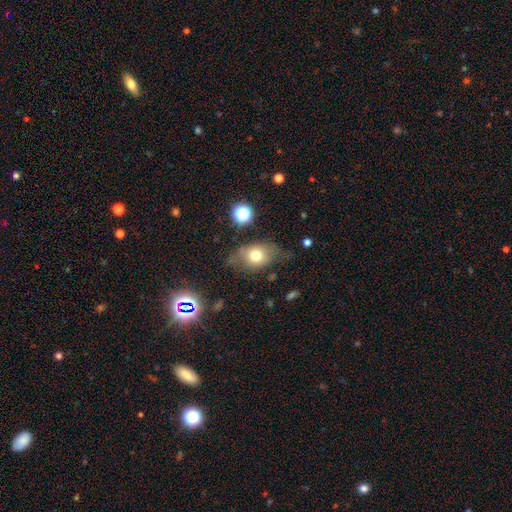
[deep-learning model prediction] Overall: smooth (68%). How rounded: in between (62%; round 35%). Merging: none (54%; minor disturbance 28%).